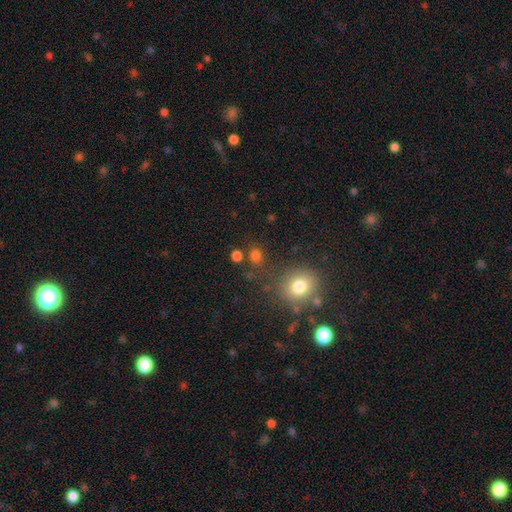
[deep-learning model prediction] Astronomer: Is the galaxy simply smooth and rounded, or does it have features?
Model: smooth — 72%.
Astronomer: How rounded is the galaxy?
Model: round — 77%.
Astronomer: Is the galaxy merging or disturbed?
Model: none — 78%.